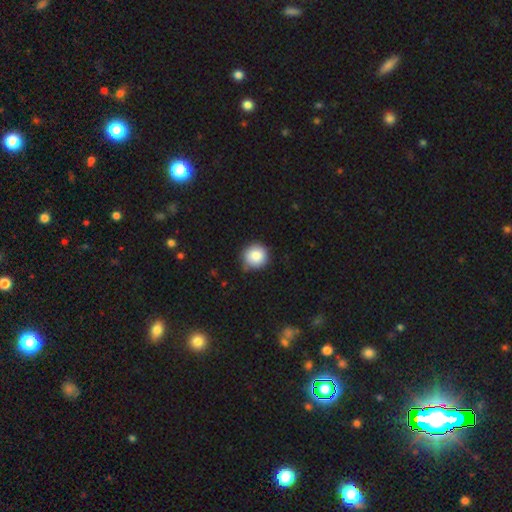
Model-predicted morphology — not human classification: Overall: smooth (86%). How rounded: round (94%). Merging: none (82%).